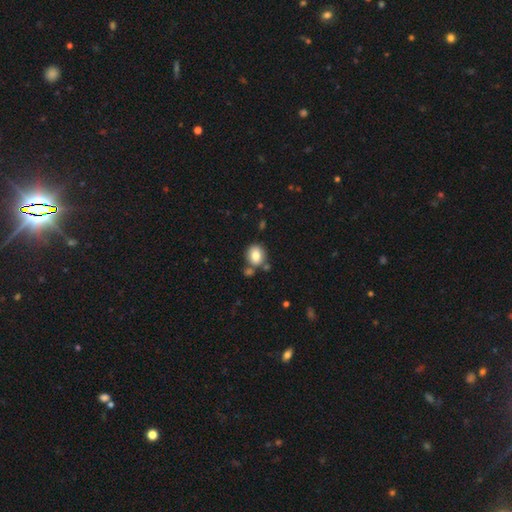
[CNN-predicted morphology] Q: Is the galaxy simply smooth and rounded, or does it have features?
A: smooth — 80%.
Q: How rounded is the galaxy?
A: round — 62%.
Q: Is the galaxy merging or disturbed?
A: none — 68%.